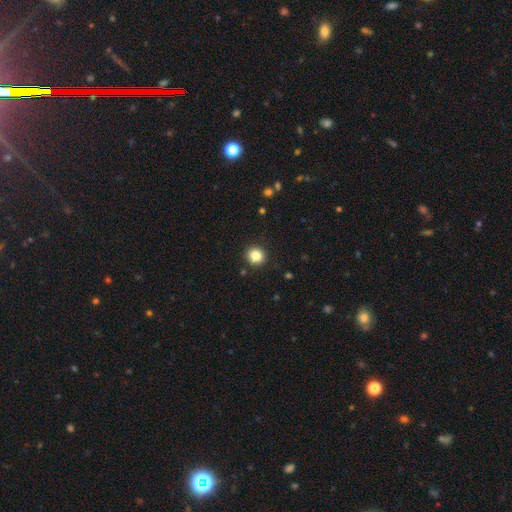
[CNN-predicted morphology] The model was most divided on "smooth or featured": smooth: 84%, star or artifact: 11%, featured or disk: 5%. More confident: merging — none (92%); how rounded — round (91%).